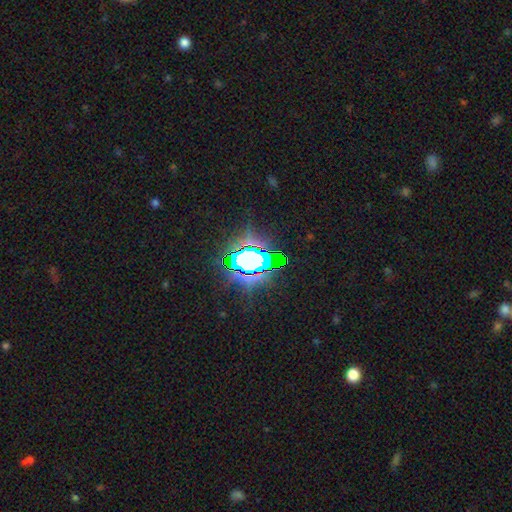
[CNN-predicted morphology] star or artifact 78%, smooth 13%, featured or disk 9%.